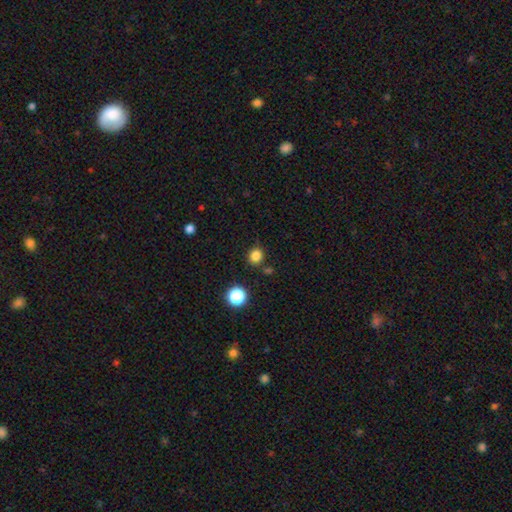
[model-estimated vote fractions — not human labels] Smooth or featured? Predicted: smooth (p=0.82). How rounded? Predicted: round (p=0.82). Merging? Predicted: none (p=0.82).